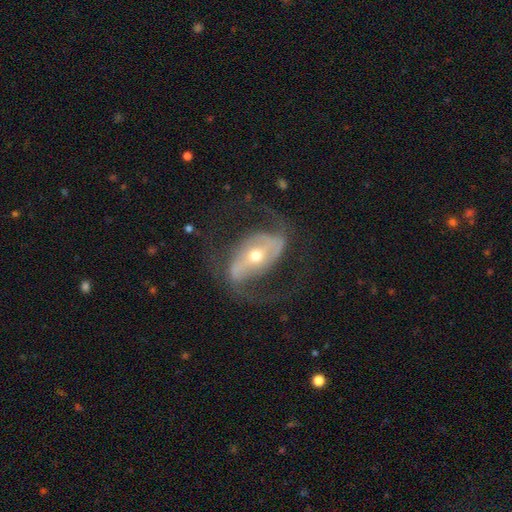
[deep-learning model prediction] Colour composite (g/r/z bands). It shows a featured or disk galaxy (85%) with a strong bar (51%), 2 (88%) medium (45%) spiral arms (88%) and a moderate central bulge (59%). Merging: none (64%).